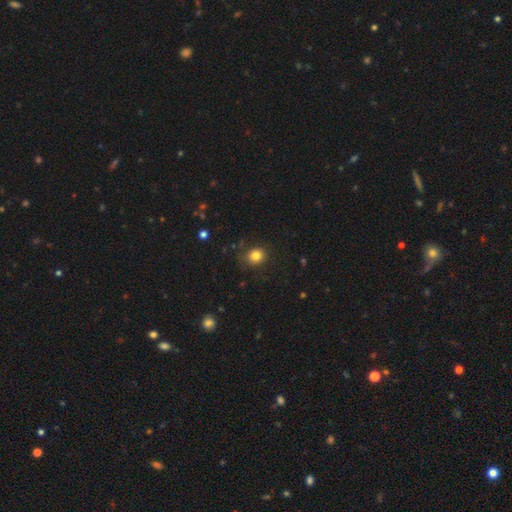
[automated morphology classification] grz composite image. It shows a smooth galaxy with no disk features (82%) that is round (78%). Merging: none (82%).